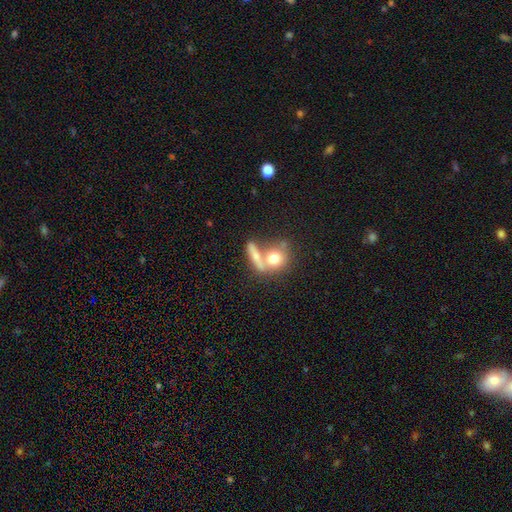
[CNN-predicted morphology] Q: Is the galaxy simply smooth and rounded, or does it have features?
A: smooth — 66%.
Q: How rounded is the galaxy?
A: round — 41%.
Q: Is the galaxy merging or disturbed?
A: merger — 44%.